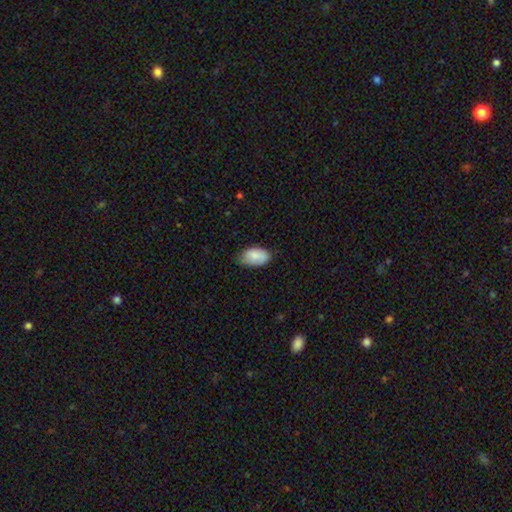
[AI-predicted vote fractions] A smooth galaxy with no disk features (85%) that is in between round and cigar-shaped (94%).

Vote fractions:
- Smooth or featured? smooth: 85% / featured or disk: 9% / star or artifact: 6%
- How rounded? in between: 94% / round: 5% / cigar-shaped: 2%
- Merging? none: 64% / minor disturbance: 30% / major disturbance: 5% / merger: 1%